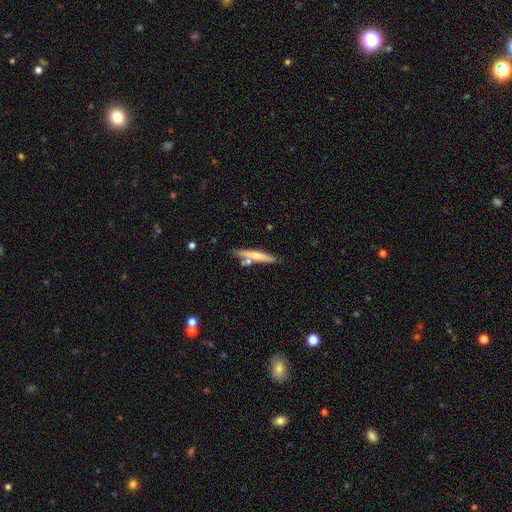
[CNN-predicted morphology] This appears to be a smooth galaxy with no disk features (57%) that is cigar-shaped (91%). Merging: none (71%).